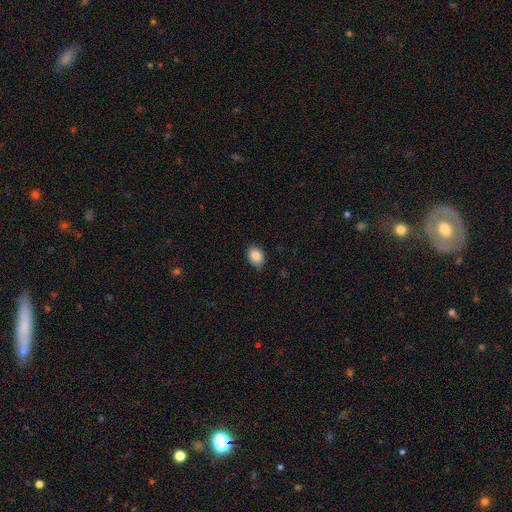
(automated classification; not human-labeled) The model was most divided on "how rounded": in between: 80%, round: 19%, cigar-shaped: 1%. More confident: smooth or featured — smooth (87%); merging — none (79%).